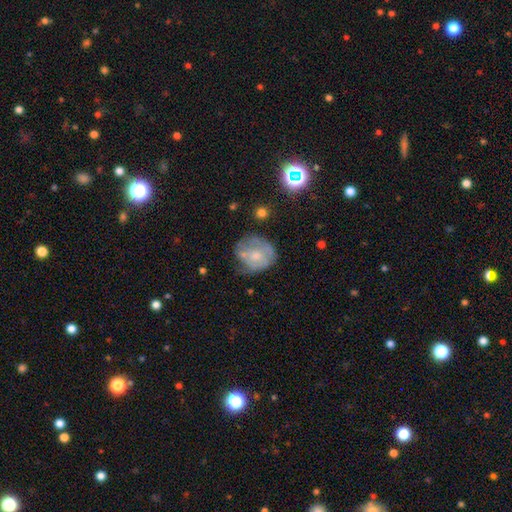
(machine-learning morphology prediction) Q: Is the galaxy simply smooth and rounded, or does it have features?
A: featured or disk — 48%.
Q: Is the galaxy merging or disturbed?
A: none — 47%.